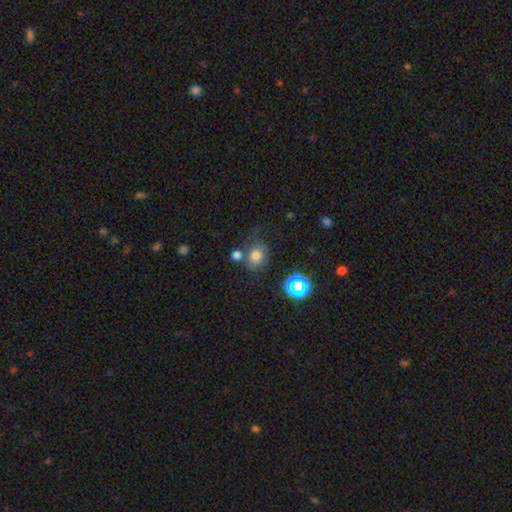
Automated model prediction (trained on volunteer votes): This is likely a smooth galaxy (72%). How rounded: likely round (61%). Merging: possibly none (56%).